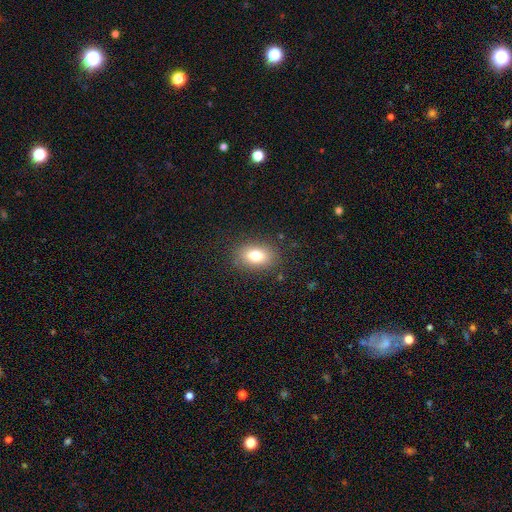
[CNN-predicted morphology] Smooth or featured? smooth (78%)
How rounded? in between (79%)
Merging? none (85%)